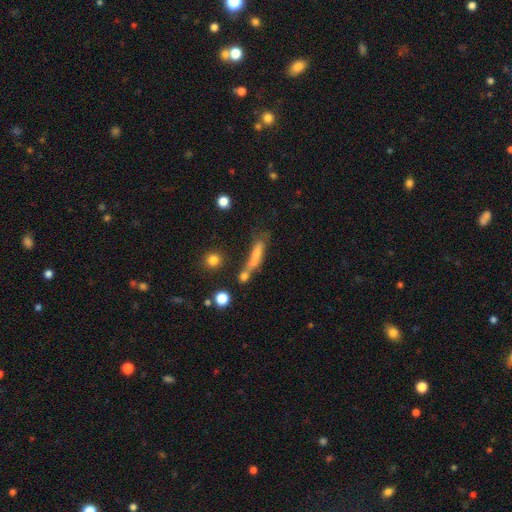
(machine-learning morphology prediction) Overall: smooth (58%; featured or disk 29%). How rounded: cigar-shaped (71%). Merging: none (36%; merger 30%).